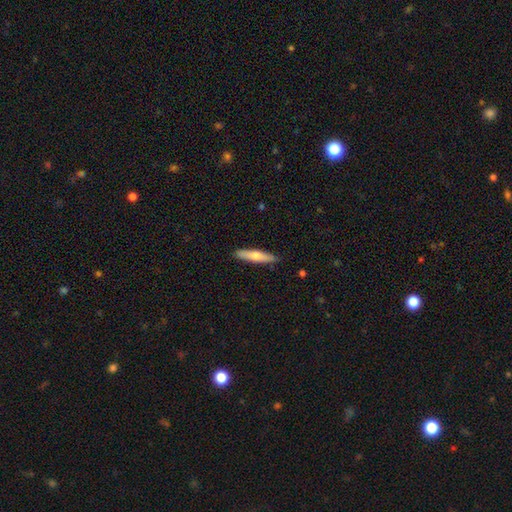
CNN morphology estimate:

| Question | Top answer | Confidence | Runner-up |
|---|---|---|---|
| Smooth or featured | smooth | 62% | featured or disk (33%) |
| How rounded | cigar-shaped | 86% | in between (13%) |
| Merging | none | 89% | minor disturbance (9%) |